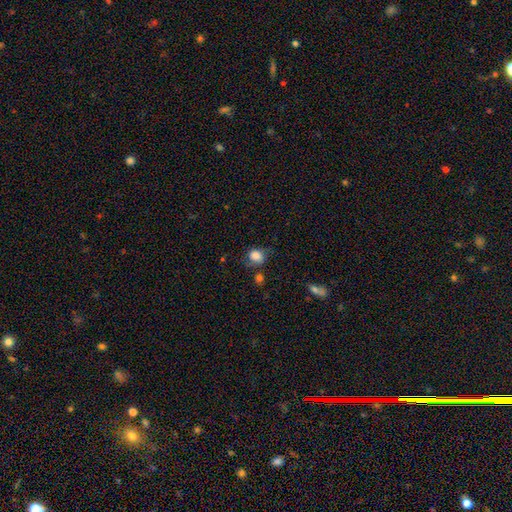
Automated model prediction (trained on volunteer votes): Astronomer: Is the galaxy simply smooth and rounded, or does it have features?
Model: smooth — 80%.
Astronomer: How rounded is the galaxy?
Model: round — 61% (runner-up: in between, 37%).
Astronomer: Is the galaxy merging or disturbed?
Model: none — 56%.